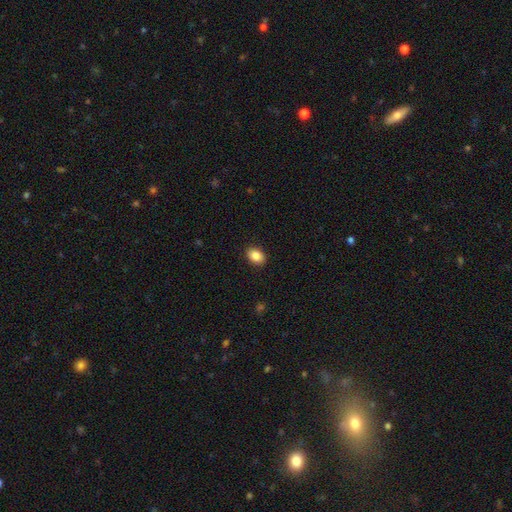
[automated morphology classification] This appears to be a smooth galaxy with no disk features (87%) that is in between round and cigar-shaped (73%). Merging: none (90%).